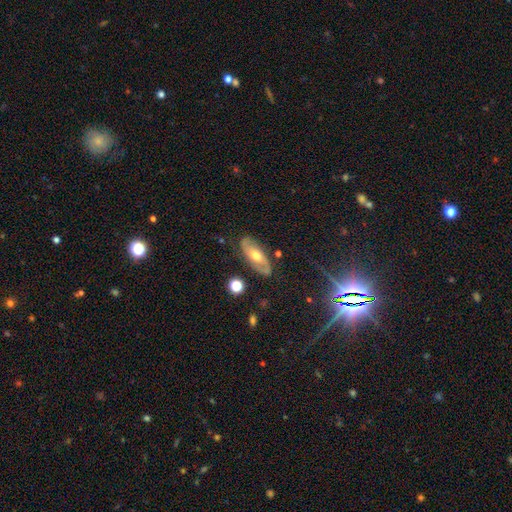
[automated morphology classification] smooth_or_featured: featured or disk (p=0.65) [alt: smooth p=0.27]
disk_edge_on: no (p=0.85) [alt: yes p=0.15]
bar: no (p=0.54) [alt: weak p=0.33]
has_spiral_arms: yes (p=0.80) [alt: no p=0.20]
bulge_size: moderate (p=0.73) [alt: small p=0.15]
merging: none (p=0.82) [alt: minor disturbance p=0.13]